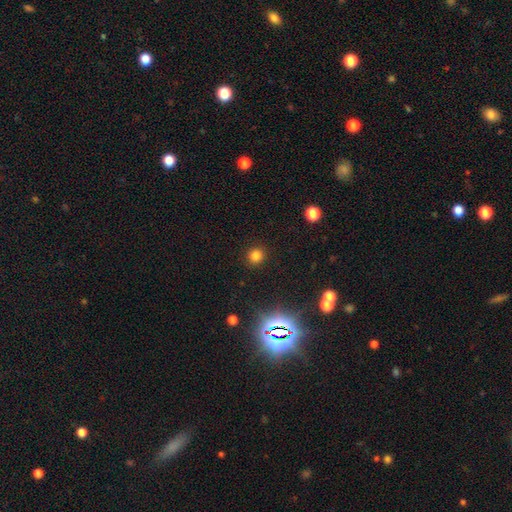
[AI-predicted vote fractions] A smooth galaxy with no disk features (78%) that is round (92%). Merging: none (91%).